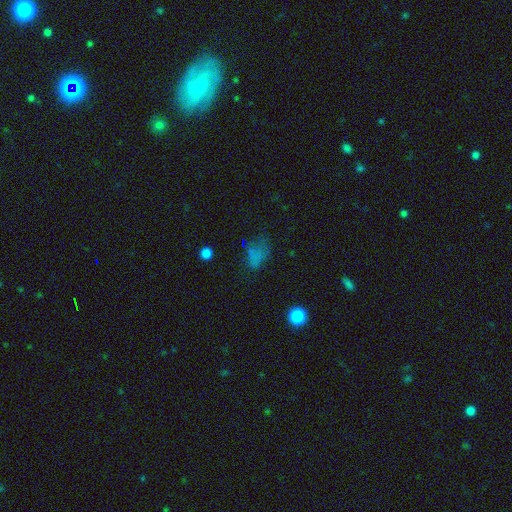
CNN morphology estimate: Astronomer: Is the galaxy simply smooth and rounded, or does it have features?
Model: smooth — 65%.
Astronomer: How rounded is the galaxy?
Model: in between — 80%.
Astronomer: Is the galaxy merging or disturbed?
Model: none — 47% (runner-up: minor disturbance, 27%).